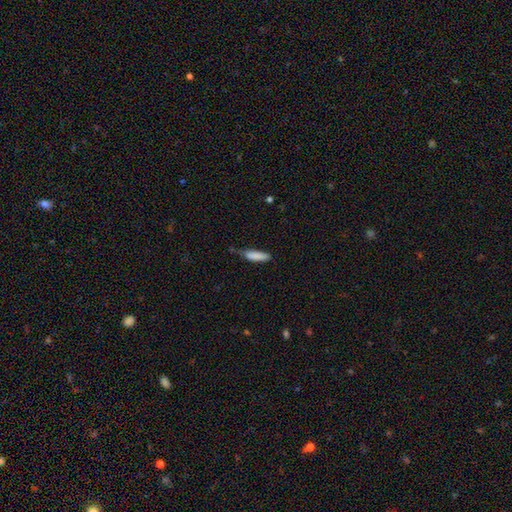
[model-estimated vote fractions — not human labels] smooth-or-featured: smooth: 85% | featured or disk: 9% | star or artifact: 7%
  how-rounded: cigar-shaped: 67% | in between: 31% | round: 2%
  merging: none: 53% | minor disturbance: 35% | major disturbance: 8% | merger: 4%